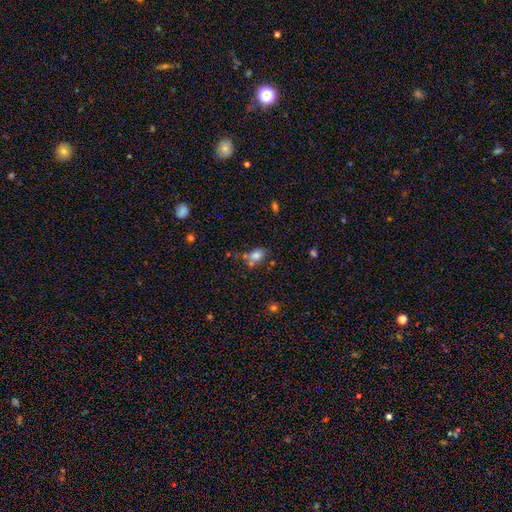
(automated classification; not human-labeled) Overall: smooth (77%). How rounded: in between (76%). Merging: none (47%; merger 26%).